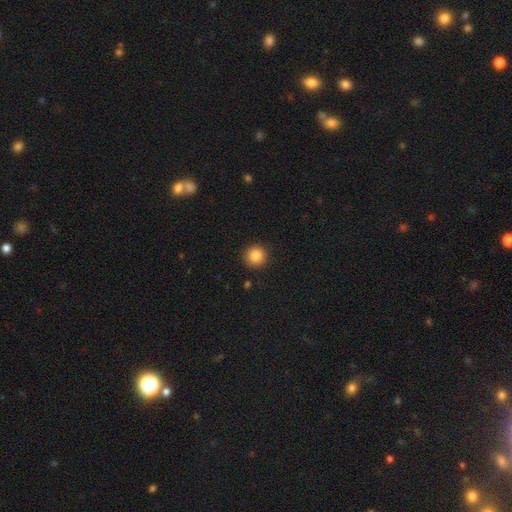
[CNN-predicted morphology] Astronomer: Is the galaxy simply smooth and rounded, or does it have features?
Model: smooth — 85%.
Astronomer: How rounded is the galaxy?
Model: round — 95%.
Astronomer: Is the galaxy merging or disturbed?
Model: none — 92%.